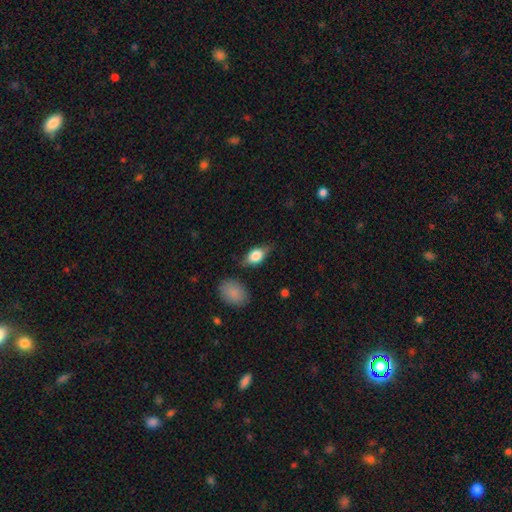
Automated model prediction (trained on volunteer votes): Smooth or featured: smooth — 72% (featured or disk — 21%)
How rounded: in between — 84% (round — 10%)
Merging: none — 67% (minor disturbance — 24%)